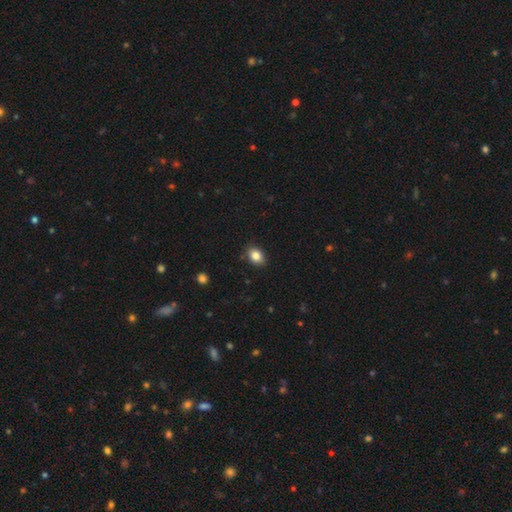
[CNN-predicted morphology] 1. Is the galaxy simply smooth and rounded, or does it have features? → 85% smooth, 9% star or artifact, 6% featured or disk.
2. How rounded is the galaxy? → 73% in between, 26% round, 1% cigar-shaped.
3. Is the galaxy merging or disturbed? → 86% none, 11% minor disturbance, 2% major disturbance, 1% merger.